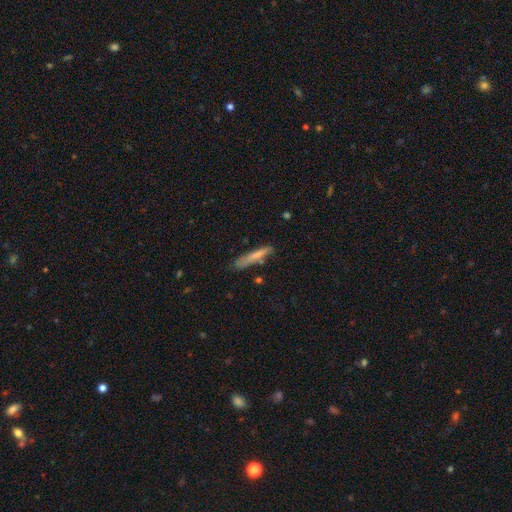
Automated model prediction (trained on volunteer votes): Smooth or featured? Predicted: smooth (p=0.69). How rounded? Predicted: cigar-shaped (p=0.89). Merging? Predicted: none (p=0.68).